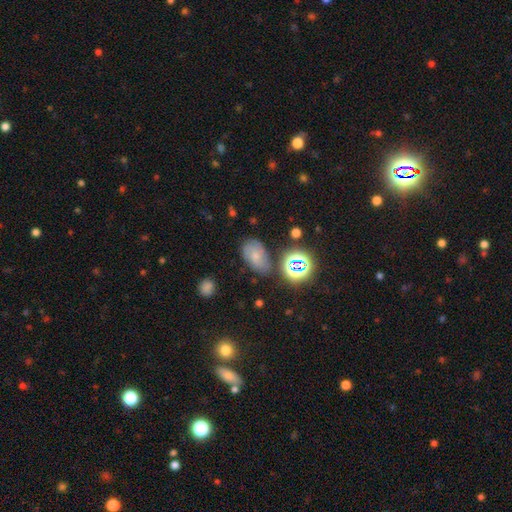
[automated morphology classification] A smooth galaxy with no disk features (47%). Merging: none (62%).